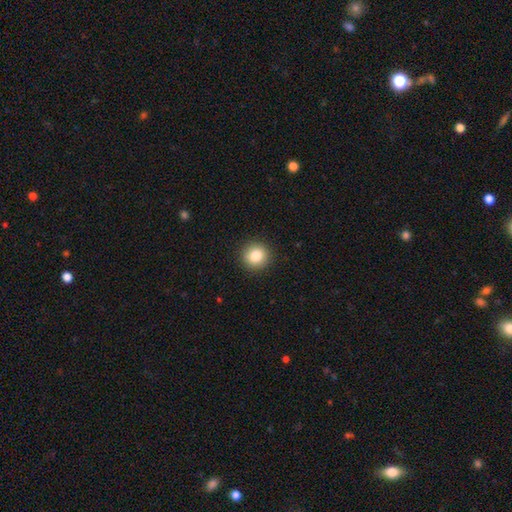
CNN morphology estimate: Smooth or featured? smooth (84%)
How rounded? round (93%)
Merging? none (92%)